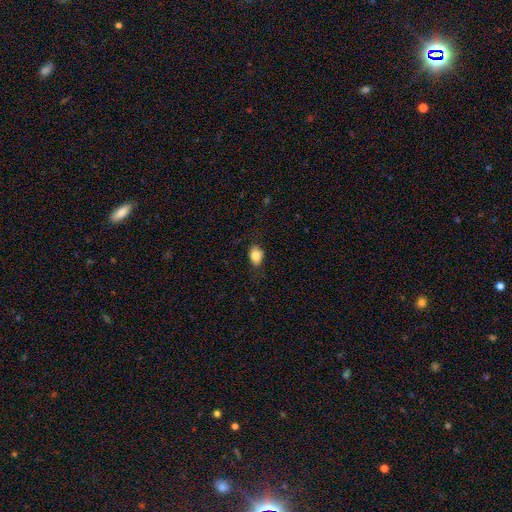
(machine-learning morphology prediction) Q: Smooth or featured?
A: smooth (84%); runner-up: star or artifact (9%)
Q: How rounded?
A: in between (72%); runner-up: round (27%)
Q: Merging?
A: none (78%); runner-up: minor disturbance (17%)